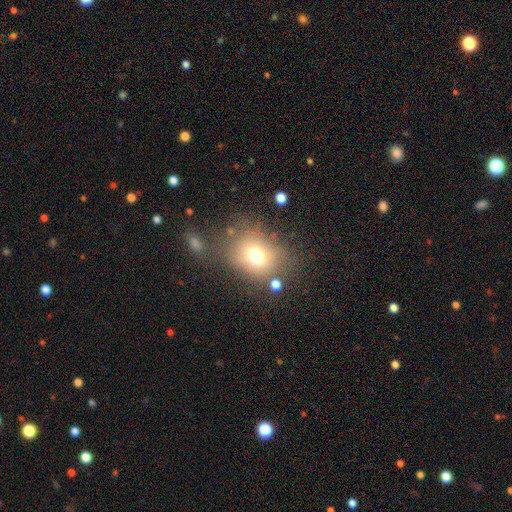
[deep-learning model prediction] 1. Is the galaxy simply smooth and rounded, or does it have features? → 69% smooth, 16% star or artifact, 16% featured or disk.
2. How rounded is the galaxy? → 56% round, 43% in between, 1% cigar-shaped.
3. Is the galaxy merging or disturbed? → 60% none, 18% minor disturbance, 13% major disturbance, 10% merger.